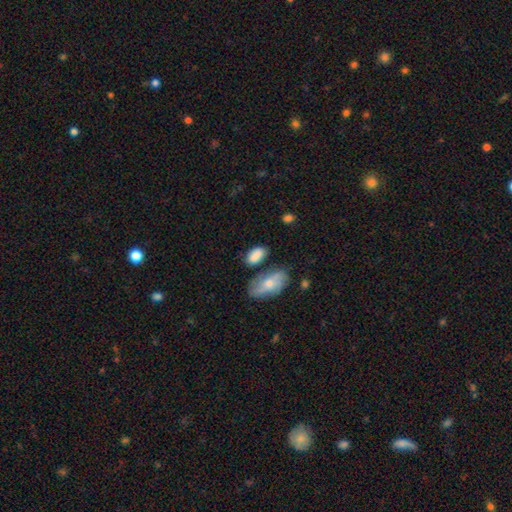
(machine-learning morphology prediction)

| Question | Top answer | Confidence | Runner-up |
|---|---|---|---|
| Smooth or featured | smooth | 82% | featured or disk (10%) |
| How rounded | in between | 91% | round (6%) |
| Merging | none | 61% | minor disturbance (20%) |